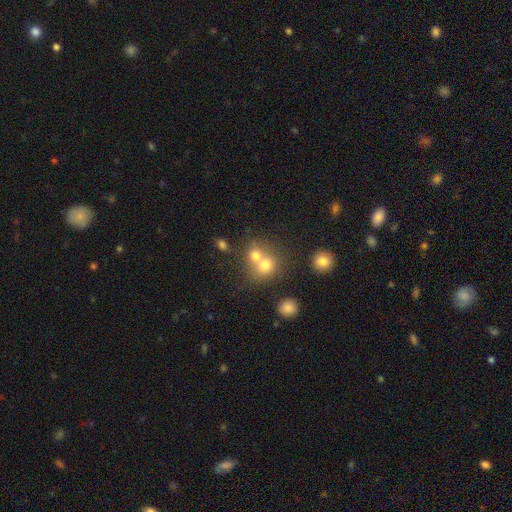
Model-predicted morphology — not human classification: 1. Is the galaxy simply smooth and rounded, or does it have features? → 71% smooth, 16% featured or disk, 13% star or artifact.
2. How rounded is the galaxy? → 75% round, 24% in between, 1% cigar-shaped.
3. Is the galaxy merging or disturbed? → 59% merger, 32% none, 6% minor disturbance, 3% major disturbance.